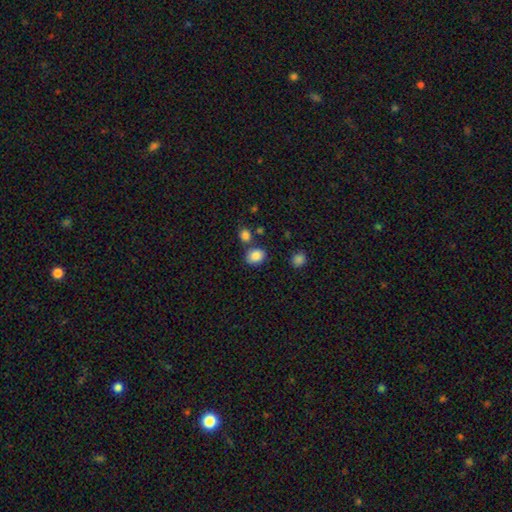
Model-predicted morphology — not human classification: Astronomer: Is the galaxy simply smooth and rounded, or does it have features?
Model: smooth — 85%.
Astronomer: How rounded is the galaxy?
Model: round — 56% (runner-up: in between, 43%).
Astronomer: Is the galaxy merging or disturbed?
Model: none — 68%.